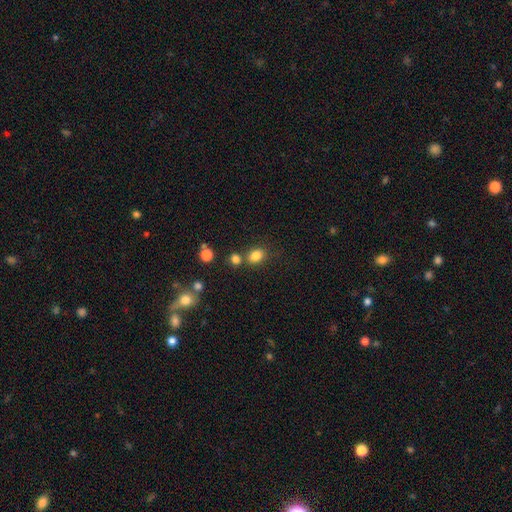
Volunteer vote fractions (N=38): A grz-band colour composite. It shows a smooth galaxy with no disk features (89%) that is round (53%). Merging: none (54%).